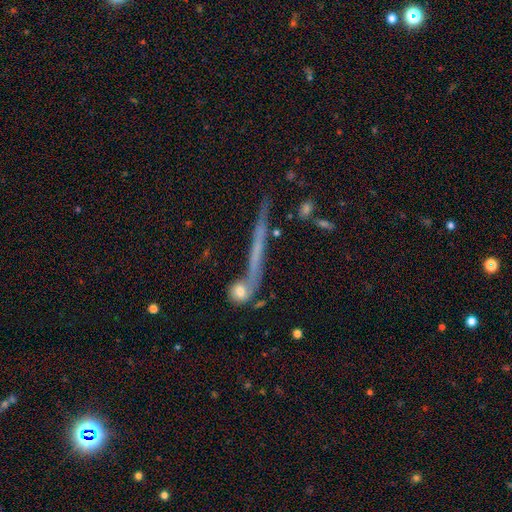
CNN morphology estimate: Smooth or featured: featured or disk — 50% (smooth — 30%)
Merging: none — 64% (merger — 16%)